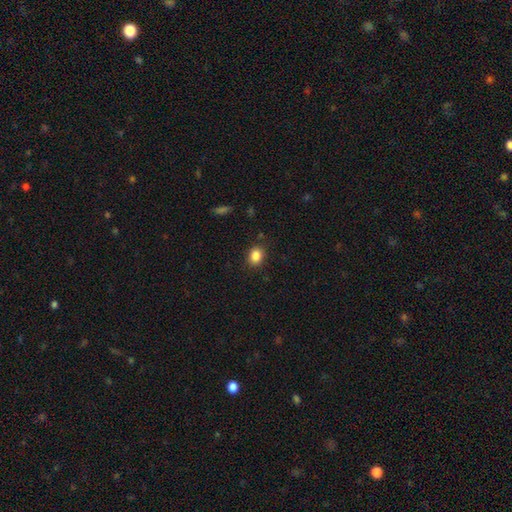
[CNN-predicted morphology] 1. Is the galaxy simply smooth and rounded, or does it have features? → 86% smooth, 10% star or artifact, 4% featured or disk.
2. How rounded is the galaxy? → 52% in between, 47% round, 1% cigar-shaped.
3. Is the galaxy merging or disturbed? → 86% none, 10% minor disturbance, 3% major disturbance, 1% merger.